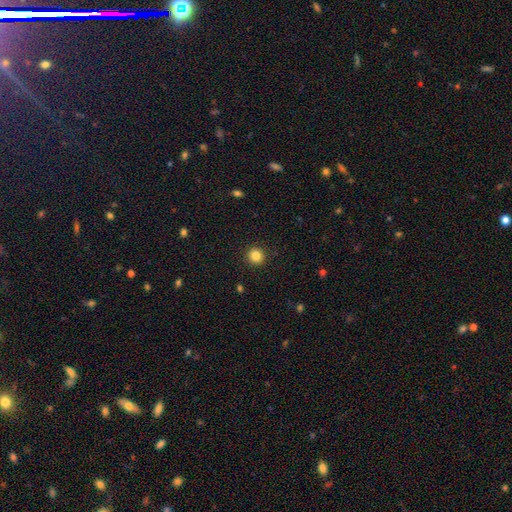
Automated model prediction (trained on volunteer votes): Smooth or featured? smooth (85%)
How rounded? round (94%)
Merging? none (92%)